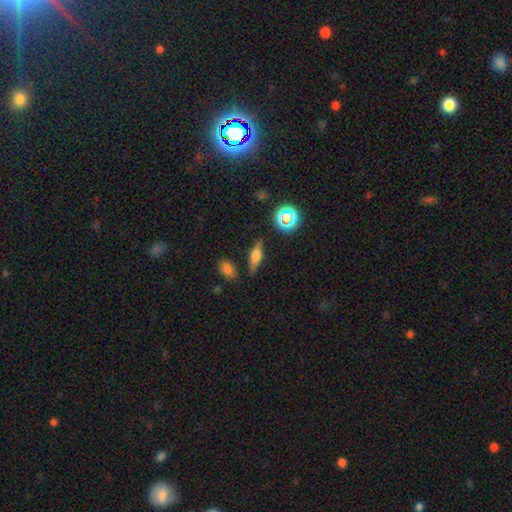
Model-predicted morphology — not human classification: Q: Smooth or featured?
A: smooth (49%); runner-up: featured or disk (39%)
Q: Merging?
A: none (82%); runner-up: minor disturbance (12%)